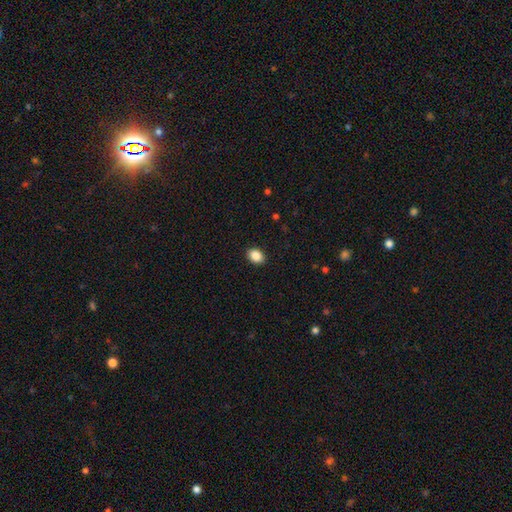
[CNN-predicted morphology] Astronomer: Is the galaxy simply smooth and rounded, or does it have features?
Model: smooth — 87%.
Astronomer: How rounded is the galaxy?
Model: in between — 73%.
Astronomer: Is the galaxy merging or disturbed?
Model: none — 91%.